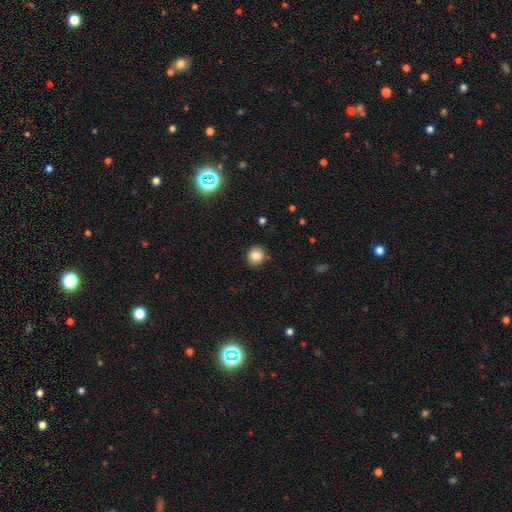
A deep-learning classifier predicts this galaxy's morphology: A smooth galaxy with no disk features (84%) that is round (89%).

Vote fractions:
- Smooth or featured? smooth: 84% / star or artifact: 10% / featured or disk: 5%
- How rounded? round: 89% / in between: 10% / cigar-shaped: 1%
- Merging? none: 90% / minor disturbance: 7% / major disturbance: 2% / merger: 1%